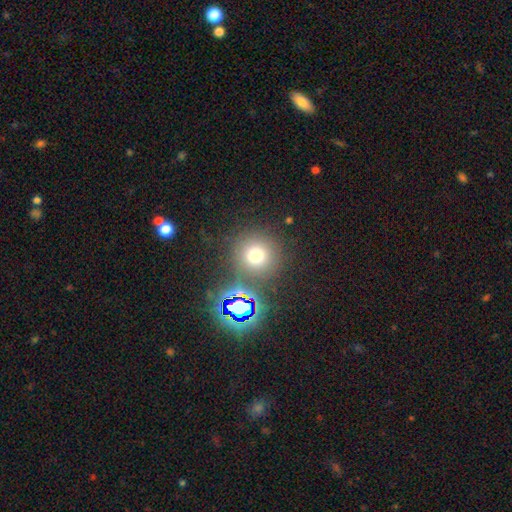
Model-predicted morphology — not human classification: This appears to be a smooth galaxy with no disk features (66%) that is round (94%). Merging: none (82%).